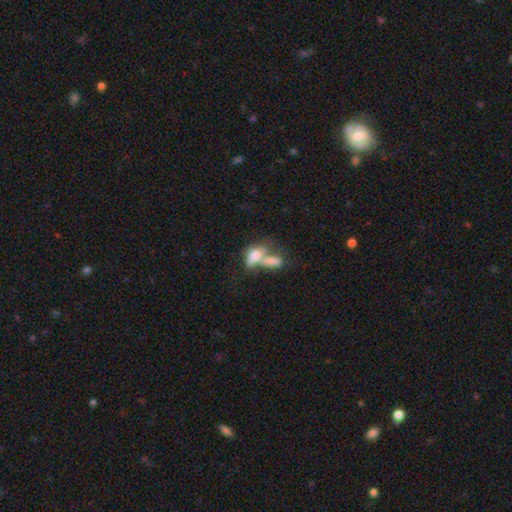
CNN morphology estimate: Smooth or featured?
  - smooth: 65% *
  - featured or disk: 25%
  - star or artifact: 9%
How rounded?
  - in between: 81% *
  - round: 12%
  - cigar-shaped: 7%
Merging?
  - merger: 65% *
  - none: 15%
  - major disturbance: 11%
  - minor disturbance: 8%